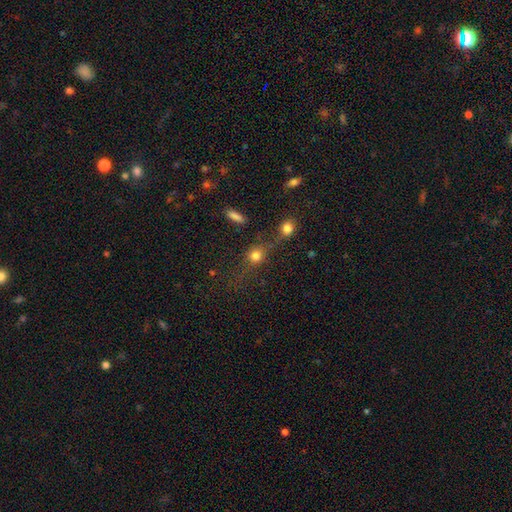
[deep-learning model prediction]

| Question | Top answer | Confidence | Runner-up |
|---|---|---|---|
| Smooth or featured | smooth | 74% | star or artifact (14%) |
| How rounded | round | 78% | in between (18%) |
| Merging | none | 51% | merger (25%) |